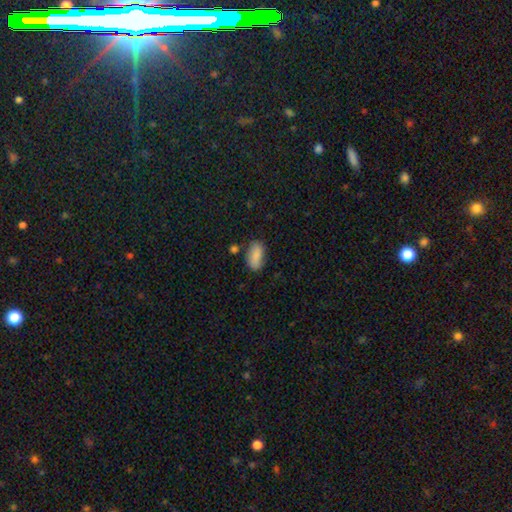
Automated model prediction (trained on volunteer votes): This appears to be a smooth galaxy with no disk features (86%) that is in between round and cigar-shaped (91%). Merging: none (72%).